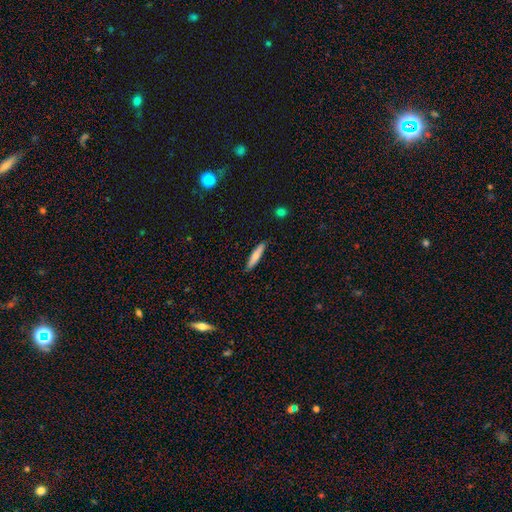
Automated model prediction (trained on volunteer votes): Q: Smooth or featured?
A: smooth (77%); runner-up: featured or disk (17%)
Q: How rounded?
A: cigar-shaped (87%); runner-up: in between (12%)
Q: Merging?
A: none (88%); runner-up: minor disturbance (9%)